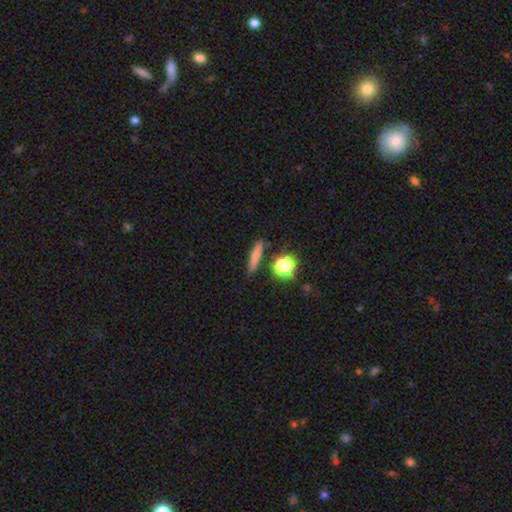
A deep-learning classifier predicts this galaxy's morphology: A smooth galaxy with no disk features (70%) that is cigar-shaped (77%). Merging: none (84%).